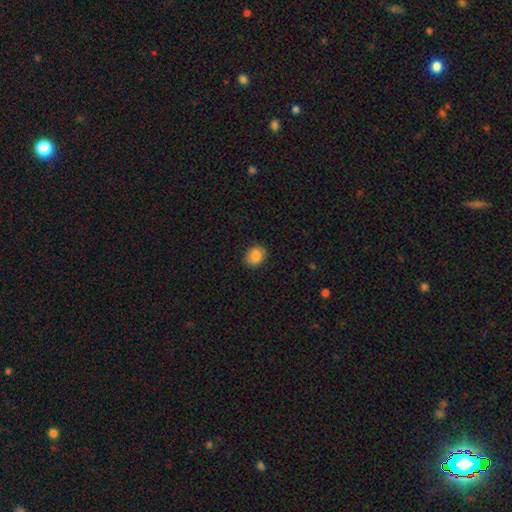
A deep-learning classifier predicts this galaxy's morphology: smooth 83%, star or artifact 9%, featured or disk 8%. Down the decision tree: how rounded — round (60%); merging — none (86%).